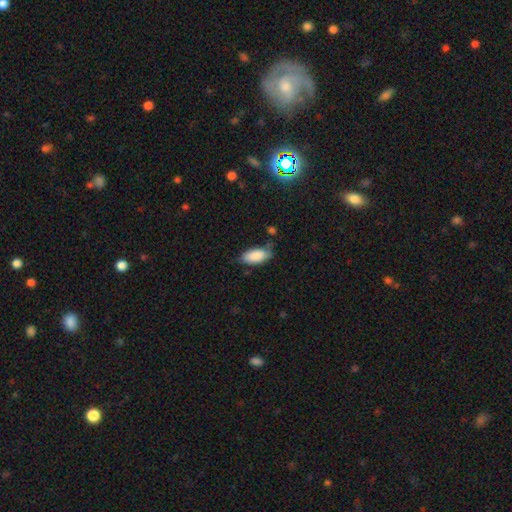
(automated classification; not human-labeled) This is clearly a smooth galaxy (87%). How rounded: clearly in between (91%). Merging: likely none (62%).